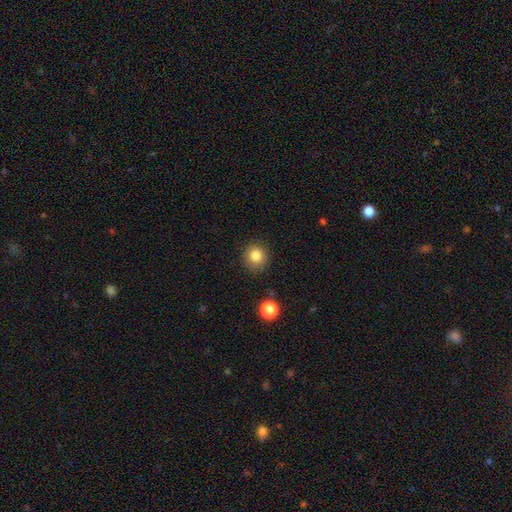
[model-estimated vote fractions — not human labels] Morphology: type=smooth (83%); roundness=round (91%); merging=none (86%).